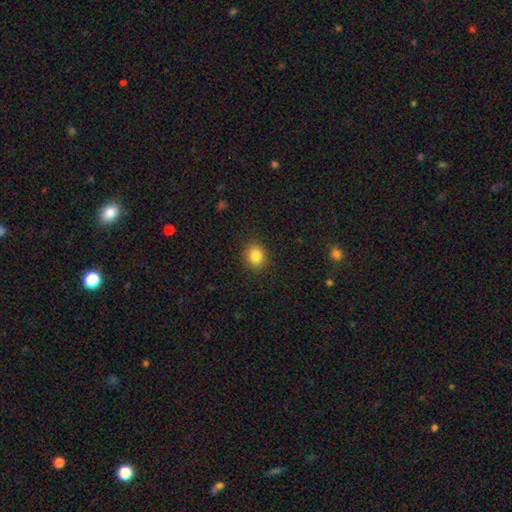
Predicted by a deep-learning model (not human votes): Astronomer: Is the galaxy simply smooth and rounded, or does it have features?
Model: smooth — 84%.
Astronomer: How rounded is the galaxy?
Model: round — 76%.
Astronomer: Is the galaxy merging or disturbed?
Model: none — 90%.